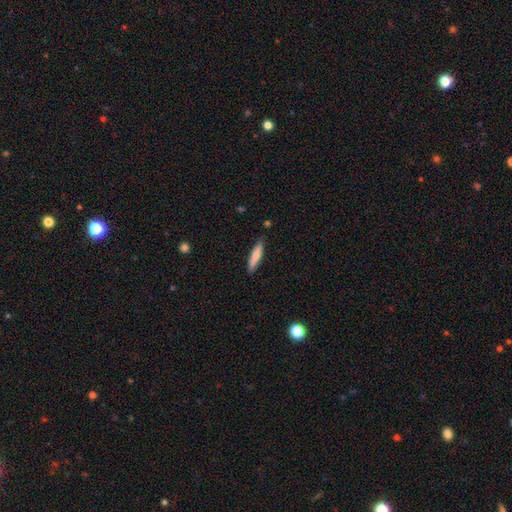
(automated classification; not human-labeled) Q: Smooth or featured?
A: smooth (74%); runner-up: featured or disk (20%)
Q: How rounded?
A: cigar-shaped (83%); runner-up: in between (16%)
Q: Merging?
A: none (86%); runner-up: minor disturbance (10%)